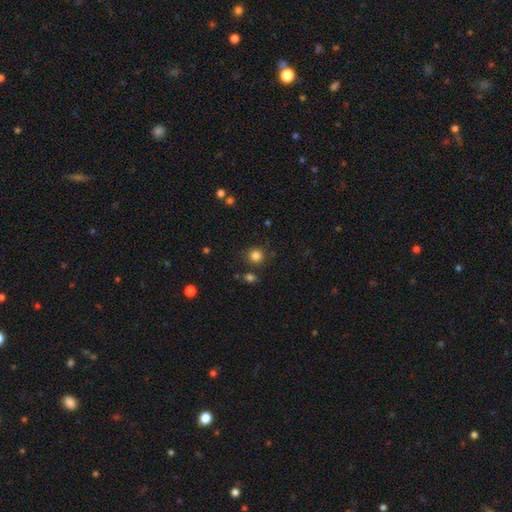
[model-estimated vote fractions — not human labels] This is clearly a smooth galaxy (83%). How rounded: clearly round (91%). Merging: clearly none (82%).